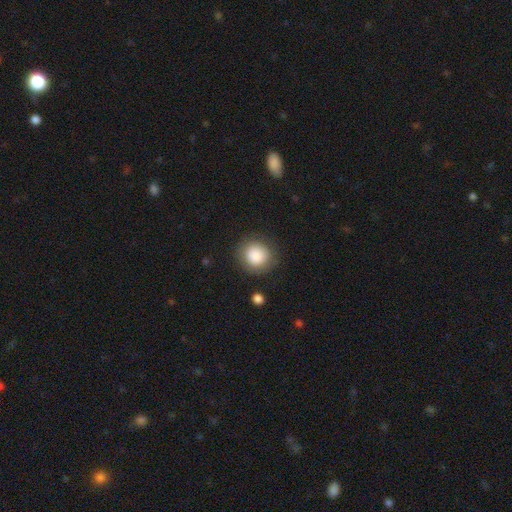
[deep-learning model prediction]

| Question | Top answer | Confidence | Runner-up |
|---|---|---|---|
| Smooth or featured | smooth | 86% | star or artifact (8%) |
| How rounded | round | 88% | in between (11%) |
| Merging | none | 84% | minor disturbance (10%) |